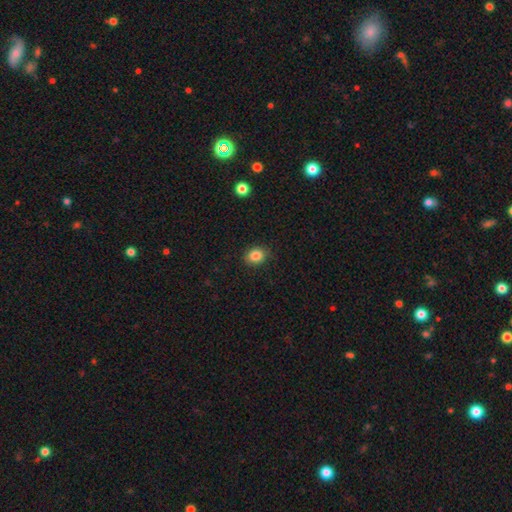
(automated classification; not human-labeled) Q: Smooth or featured?
A: smooth (84%); runner-up: star or artifact (10%)
Q: How rounded?
A: round (58%); runner-up: in between (41%)
Q: Merging?
A: none (88%); runner-up: minor disturbance (9%)